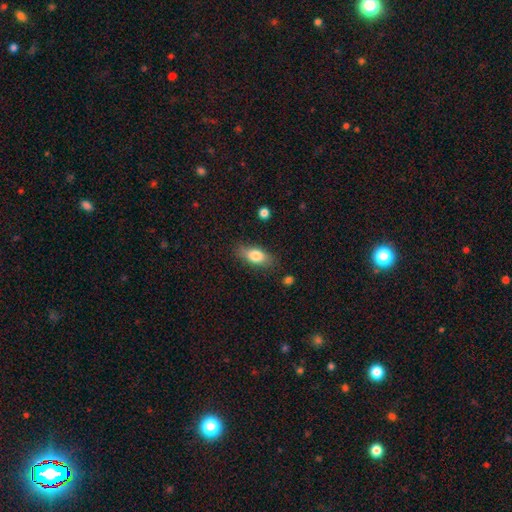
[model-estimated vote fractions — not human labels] Smooth or featured?
  - smooth: 79% *
  - featured or disk: 14%
  - star or artifact: 7%
How rounded?
  - in between: 82% *
  - cigar-shaped: 11%
  - round: 7%
Merging?
  - none: 78% *
  - minor disturbance: 16%
  - major disturbance: 4%
  - merger: 2%